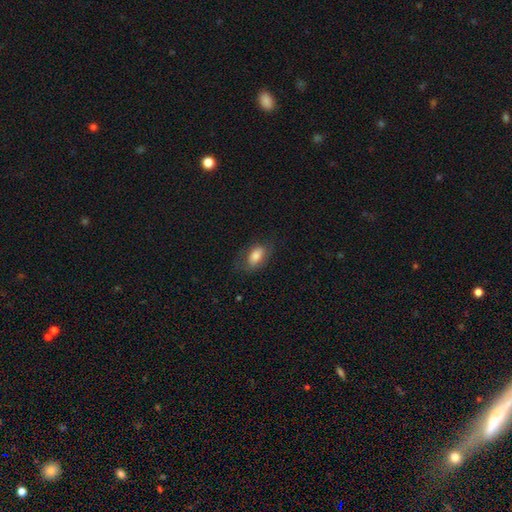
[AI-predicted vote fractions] This is likely a smooth galaxy (75%). How rounded: clearly in between (90%). Merging: likely none (68%).